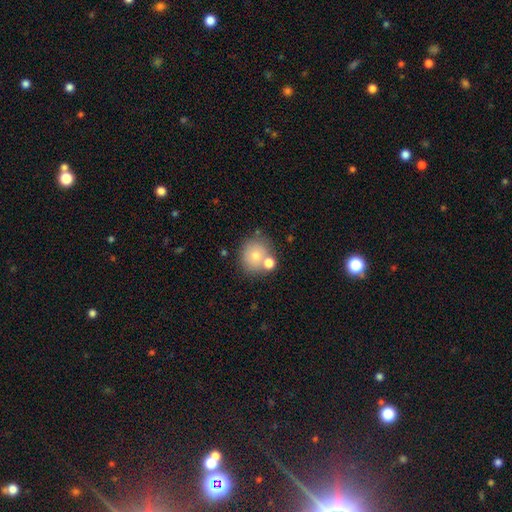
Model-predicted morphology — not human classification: This appears to be a smooth galaxy with no disk features (74%) that is round (83%). Merging: none (60%).